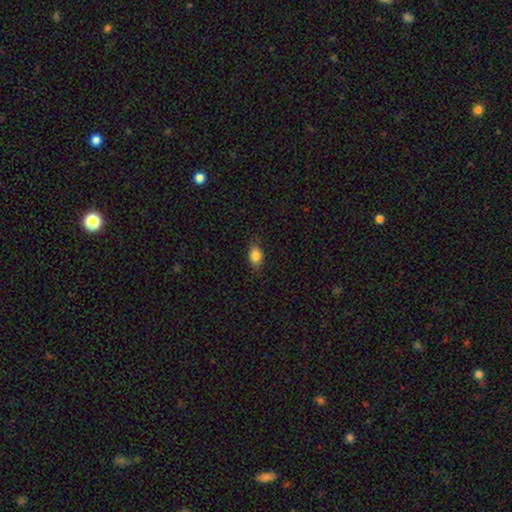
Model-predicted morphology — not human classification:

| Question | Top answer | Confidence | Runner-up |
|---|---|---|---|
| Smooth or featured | smooth | 83% | star or artifact (9%) |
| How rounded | in between | 76% | round (22%) |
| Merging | none | 84% | minor disturbance (12%) |